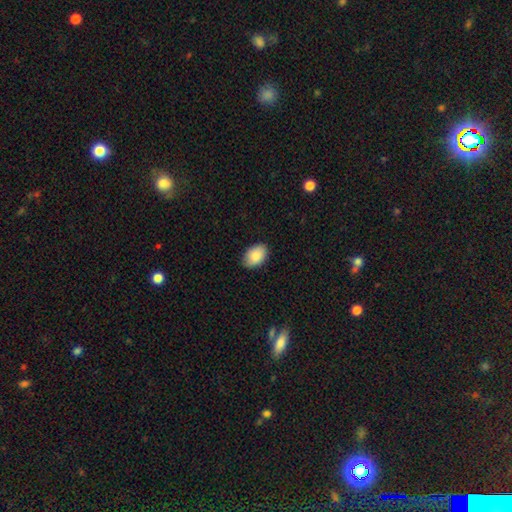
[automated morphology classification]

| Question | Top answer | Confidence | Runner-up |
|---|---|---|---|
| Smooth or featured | smooth | 86% | featured or disk (7%) |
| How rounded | in between | 88% | round (11%) |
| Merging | none | 85% | minor disturbance (12%) |